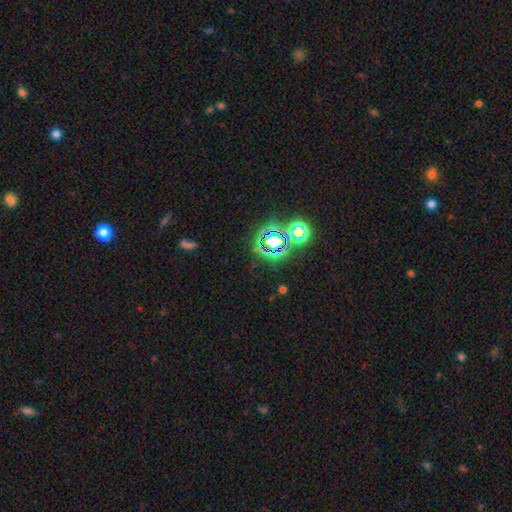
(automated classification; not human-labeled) smooth_or_featured: star or artifact (p=0.67) [alt: smooth p=0.23]